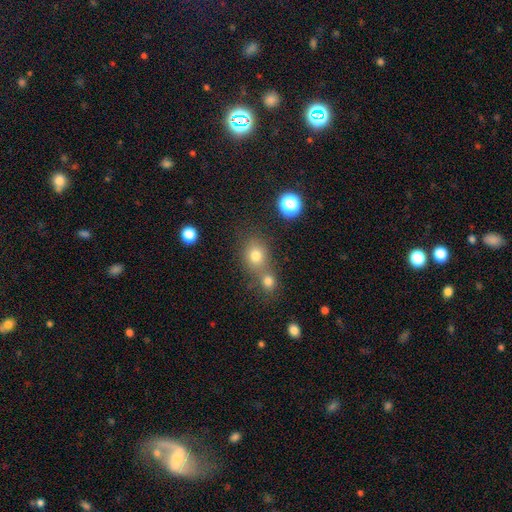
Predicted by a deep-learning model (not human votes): smooth 76%, star or artifact 15%, featured or disk 9%. Down the decision tree: how rounded — round (69%); merging — none (49%).